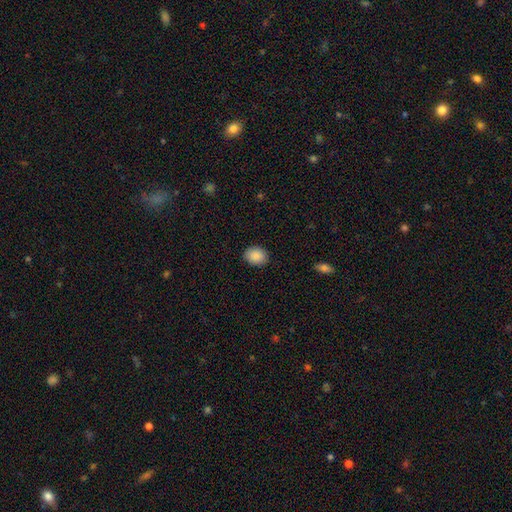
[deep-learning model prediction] The model was most divided on "how rounded": in between: 50%, round: 49%, cigar-shaped: 1%. More confident: smooth or featured — smooth (89%); merging — none (87%).